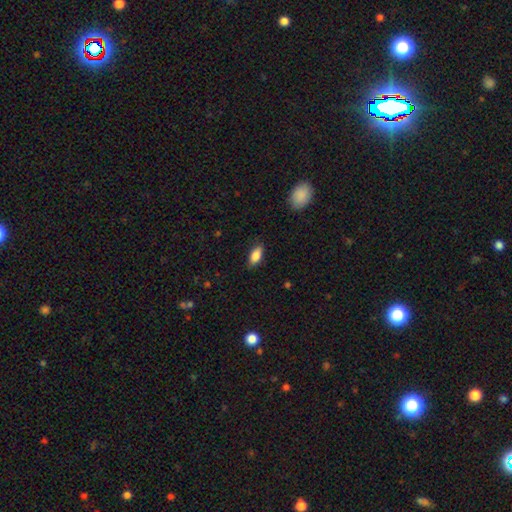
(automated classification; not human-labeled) This appears to be a smooth galaxy with no disk features (84%) that is in between round and cigar-shaped (87%). Merging: none (85%).